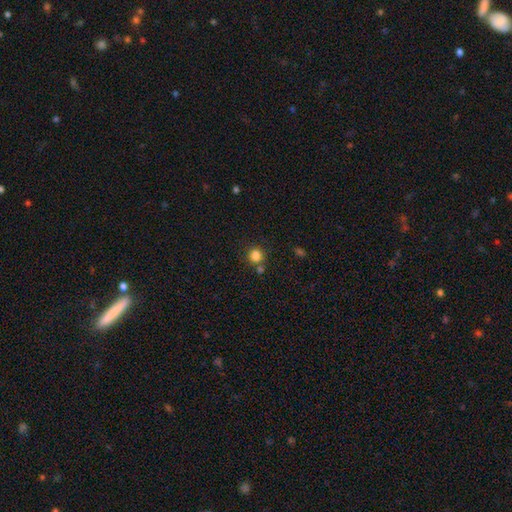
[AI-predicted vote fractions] This is clearly a smooth galaxy (83%). How rounded: clearly round (92%). Merging: likely none (73%).